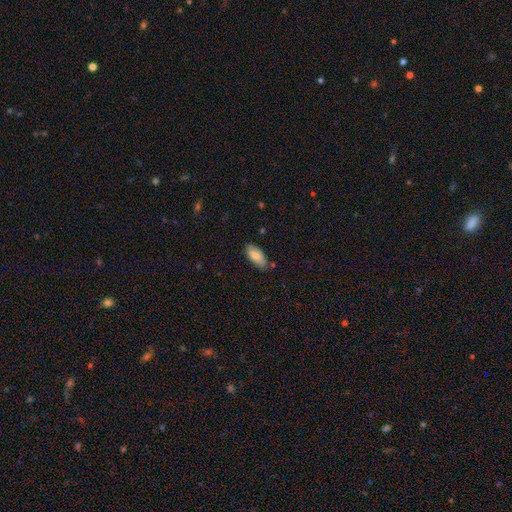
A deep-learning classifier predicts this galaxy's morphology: smooth 79%, featured or disk 15%, star or artifact 6%. Down the decision tree: how rounded — in between (89%); merging — none (75%).